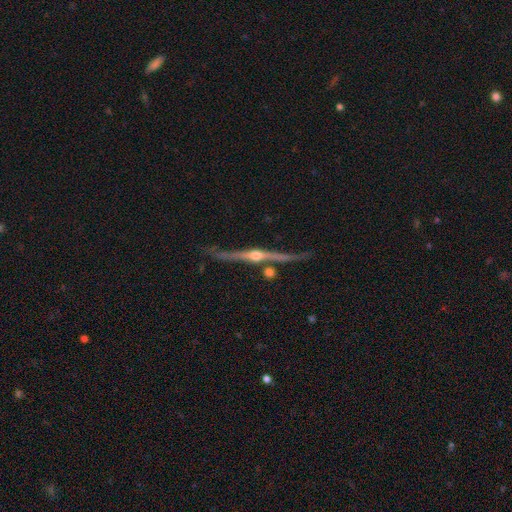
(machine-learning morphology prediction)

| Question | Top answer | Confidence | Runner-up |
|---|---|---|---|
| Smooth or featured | featured or disk | 88% | smooth (7%) |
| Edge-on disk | yes | 97% | no (3%) |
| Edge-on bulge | rounded | 94% | none (4%) |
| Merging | none | 76% | minor disturbance (14%) |